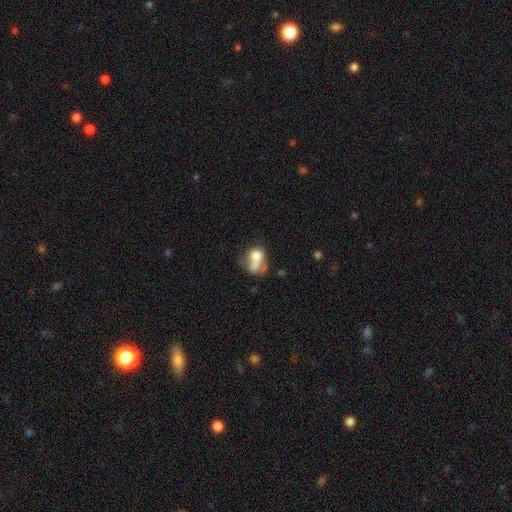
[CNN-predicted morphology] smooth_or_featured: smooth (p=0.67) [alt: featured or disk p=0.23]
how_rounded: in between (p=0.64) [alt: round p=0.34]
merging: merger (p=0.39) [alt: major disturbance p=0.22]